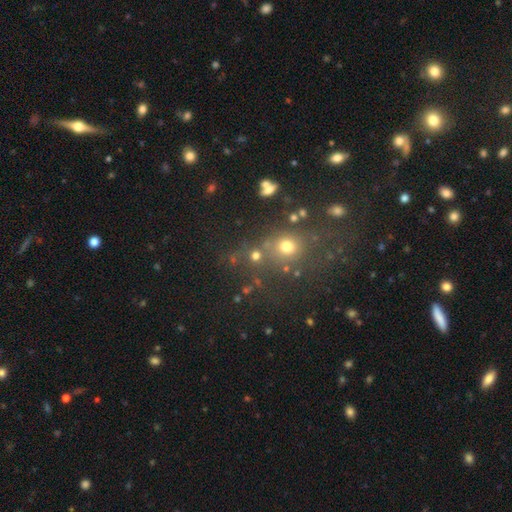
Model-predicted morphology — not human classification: smooth-or-featured: smooth: 65% | star or artifact: 26% | featured or disk: 10%
  how-rounded: round: 87% | in between: 12% | cigar-shaped: 2%
  merging: none: 67% | merger: 17% | minor disturbance: 9% | major disturbance: 6%